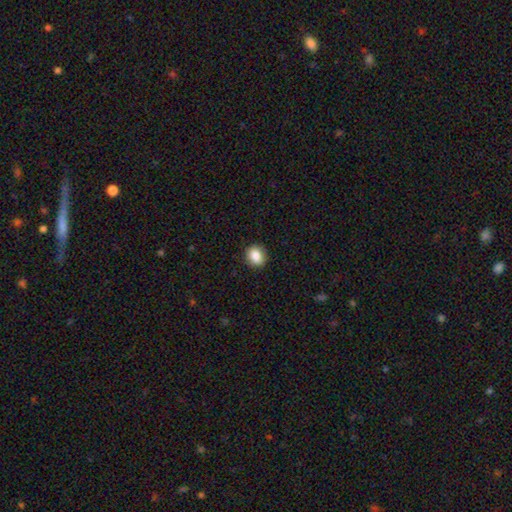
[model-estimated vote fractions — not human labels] A smooth galaxy with no disk features (85%) that is round (69%).

Vote fractions:
- Smooth or featured? smooth: 85% / star or artifact: 9% / featured or disk: 6%
- How rounded? round: 69% / in between: 30% / cigar-shaped: 1%
- Merging? none: 90% / minor disturbance: 7% / major disturbance: 2% / merger: 1%